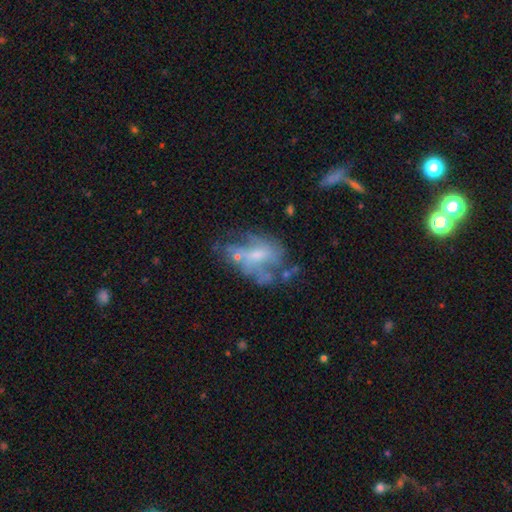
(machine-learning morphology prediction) Smooth or featured: featured or disk — 61% (smooth — 27%)
Edge-on disk: no — 95% (yes — 5%)
Bar: no — 62% (weak — 30%)
Spiral arms: no — 61% (yes — 39%)
Bulge size: small — 43% (moderate — 35%)
Merging: none — 38% (major disturbance — 28%)